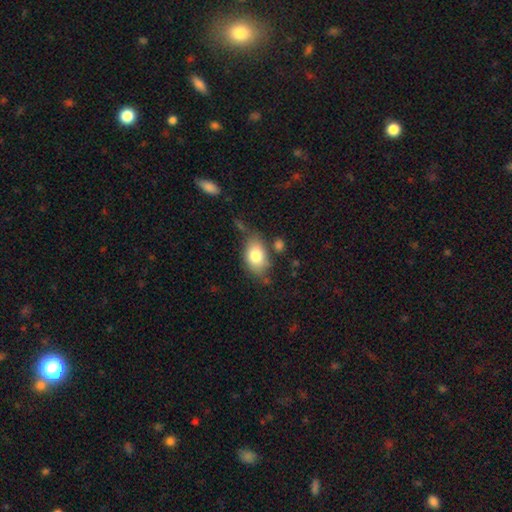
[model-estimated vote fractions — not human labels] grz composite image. It shows a smooth galaxy with no disk features (79%) that is in between round and cigar-shaped (85%). Merging: none (62%).